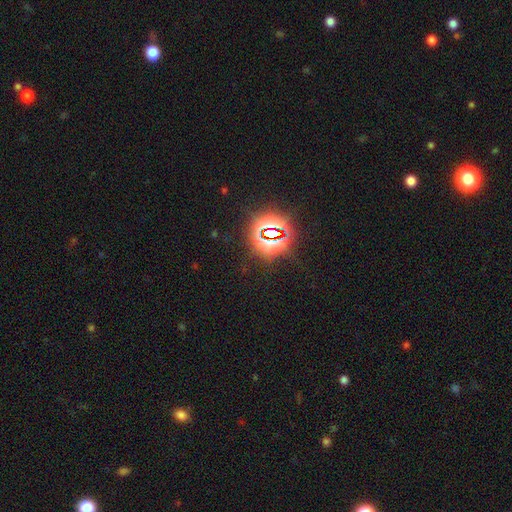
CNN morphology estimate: Smooth or featured? star or artifact (79%)